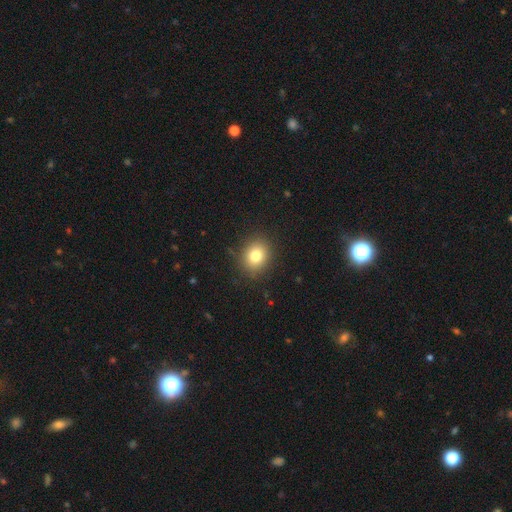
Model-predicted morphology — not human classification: smooth_or_featured: smooth (p=0.79) [alt: star or artifact p=0.12]
how_rounded: round (p=0.69) [alt: in between p=0.30]
merging: none (p=0.87) [alt: minor disturbance p=0.09]